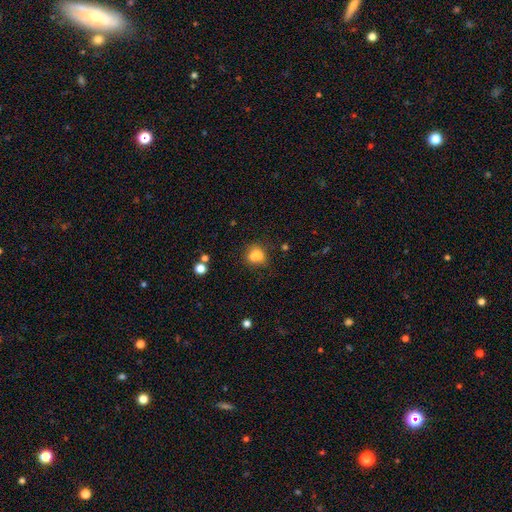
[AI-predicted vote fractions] Smooth or featured: smooth — 74% (featured or disk — 14%)
How rounded: round — 70% (in between — 29%)
Merging: none — 44% (merger — 33%)